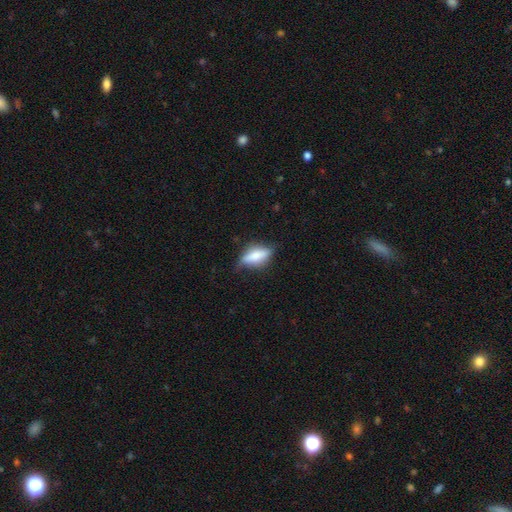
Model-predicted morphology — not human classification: Smooth or featured? Predicted: smooth (p=0.57). How rounded? Predicted: in between (p=0.73). Merging? Predicted: none (p=0.62).